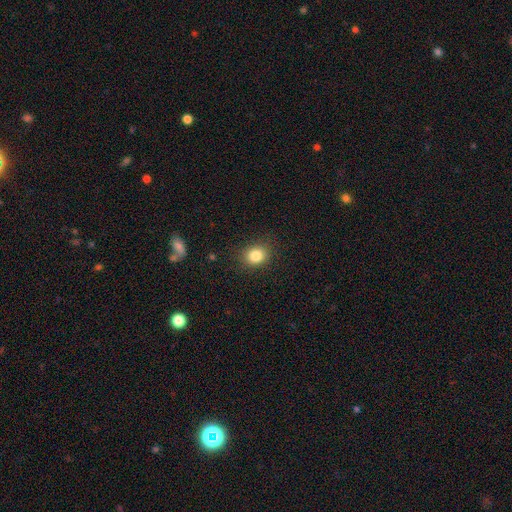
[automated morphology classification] type=smooth (83%); roundness=round (65%); merging=none (86%).